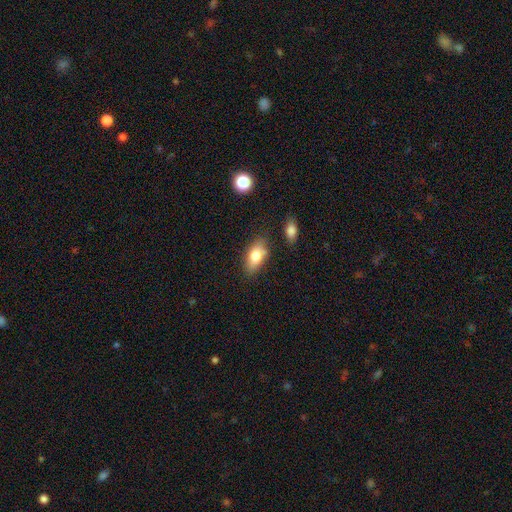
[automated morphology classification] smooth-or-featured: smooth: 77% | featured or disk: 16% | star or artifact: 8%
  how-rounded: in between: 87% | cigar-shaped: 8% | round: 5%
  merging: none: 74% | minor disturbance: 17% | merger: 6% | major disturbance: 4%